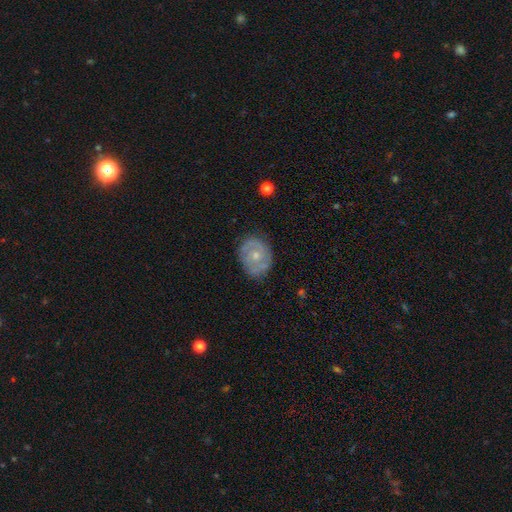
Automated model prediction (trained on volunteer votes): Overall: featured or disk (65%; smooth 28%). Edge-on disk: no (97%). Bar: no (79%). Spiral arms: yes (68%; no 32%). Bulge size: small (54%; moderate 42%). Merging: none (76%).